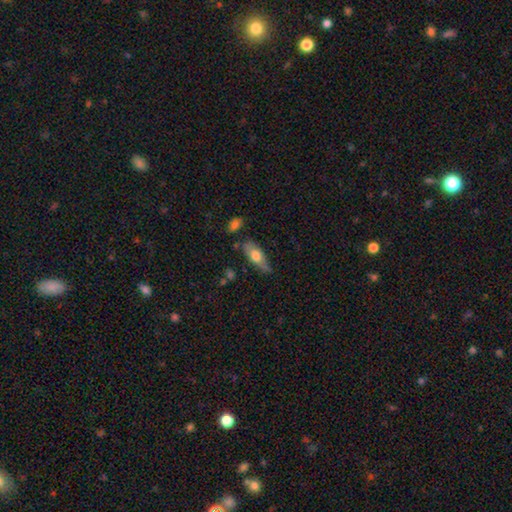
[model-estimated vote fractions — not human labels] Overall: smooth (65%; featured or disk 29%). How rounded: in between (69%). Merging: none (63%; minor disturbance 26%).